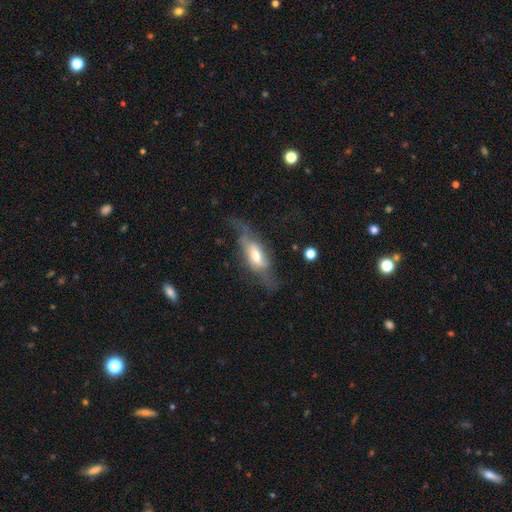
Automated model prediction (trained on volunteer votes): Overall: featured or disk (55%; smooth 38%). Edge-on disk: no (60%; yes 40%). Merging: none (40%; major disturbance 32%).